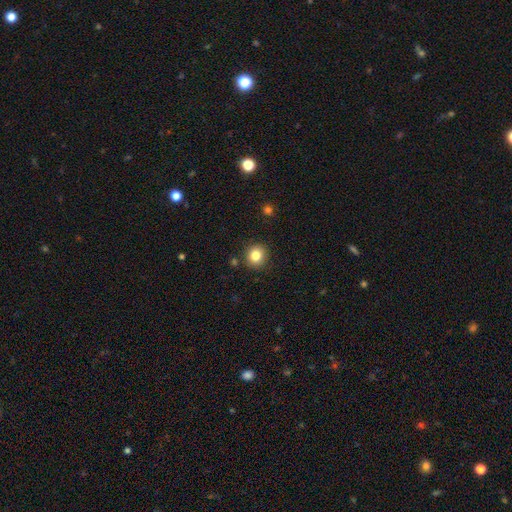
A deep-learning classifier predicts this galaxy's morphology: Smooth or featured: smooth — 83% (star or artifact — 11%)
How rounded: round — 88% (in between — 11%)
Merging: none — 89% (minor disturbance — 7%)